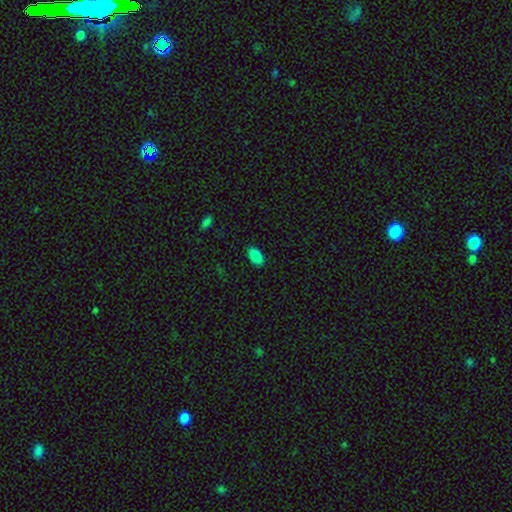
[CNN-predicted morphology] Smooth or featured: smooth — 87% (star or artifact — 9%)
How rounded: in between — 93% (round — 4%)
Merging: none — 87% (minor disturbance — 10%)